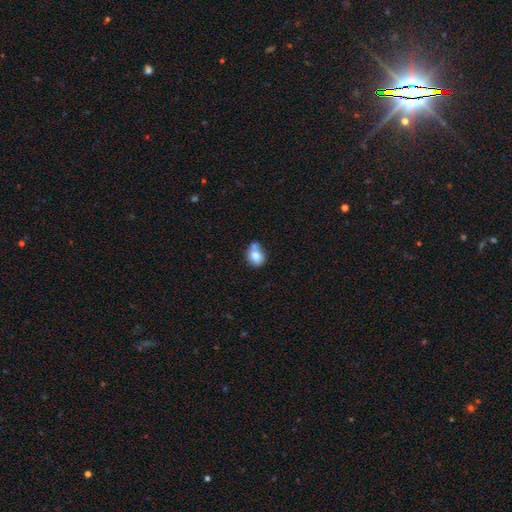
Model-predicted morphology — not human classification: smooth_or_featured: smooth (p=0.77) [alt: featured or disk p=0.14]
how_rounded: round (p=0.58) [alt: in between p=0.41]
merging: none (p=0.42) [alt: merger p=0.33]